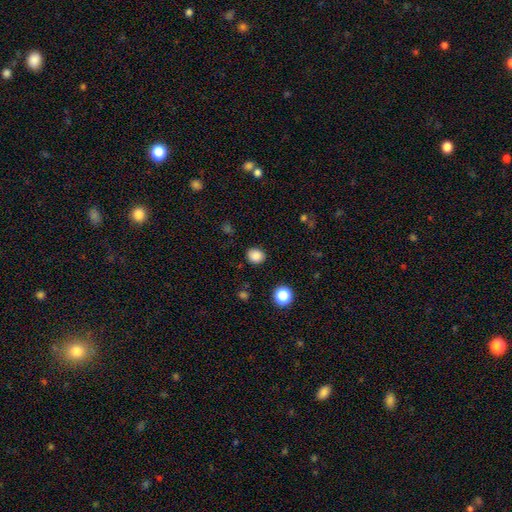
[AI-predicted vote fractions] Smooth or featured: smooth — 86% (star or artifact — 11%)
How rounded: round — 68% (in between — 32%)
Merging: none — 87% (minor disturbance — 9%)